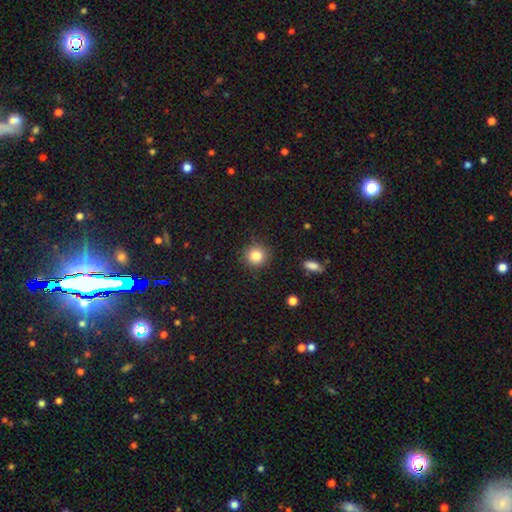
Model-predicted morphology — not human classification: A smooth galaxy with no disk features (83%) that is round (92%).

Vote fractions:
- Smooth or featured? smooth: 83% / star or artifact: 11% / featured or disk: 6%
- How rounded? round: 92% / in between: 8% / cigar-shaped: 1%
- Merging? none: 89% / minor disturbance: 7% / major disturbance: 2% / merger: 1%